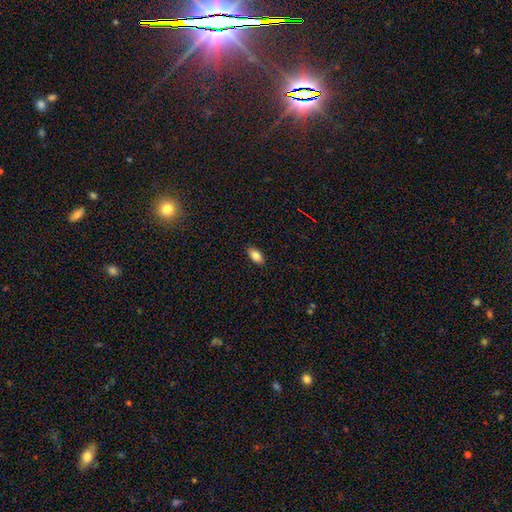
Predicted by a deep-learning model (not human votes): smooth-or-featured: smooth: 86% | star or artifact: 8% | featured or disk: 6%
  how-rounded: in between: 93% | round: 4% | cigar-shaped: 3%
  merging: none: 89% | minor disturbance: 8% | major disturbance: 2% | merger: 1%